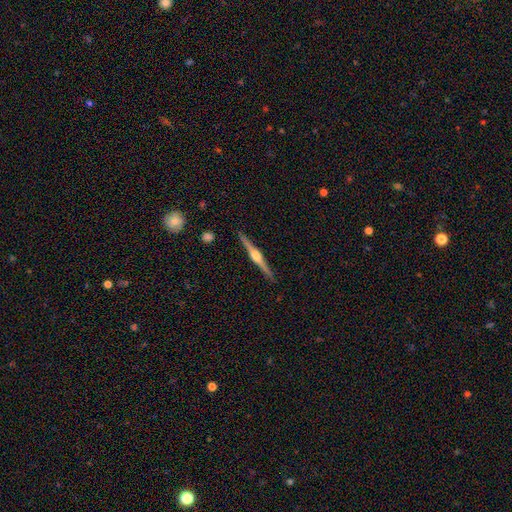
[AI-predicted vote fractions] Morphology: type=featured or disk (85%); edge-on=yes (99%); edge-on bulge=rounded (92%); merging=none (92%).